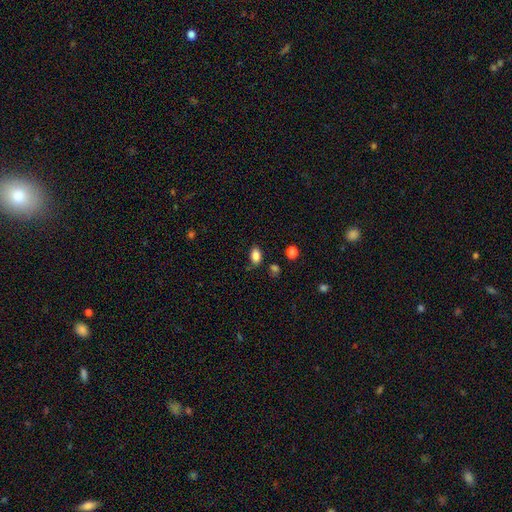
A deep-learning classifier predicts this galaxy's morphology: This is clearly a smooth galaxy (85%). How rounded: clearly in between (86%). Merging: likely none (73%).